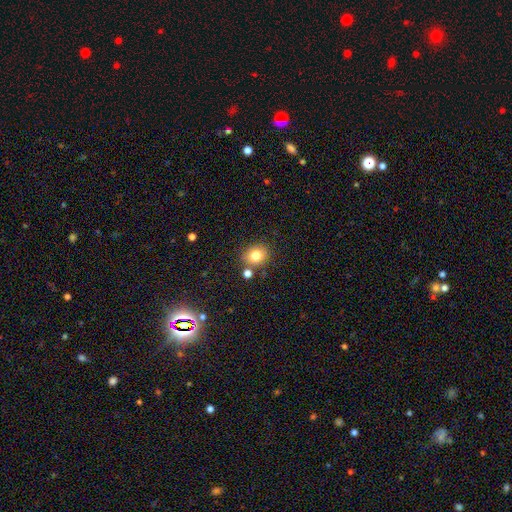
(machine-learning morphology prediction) smooth 80%, star or artifact 12%, featured or disk 8%. Down the decision tree: how rounded — round (74%); merging — none (77%).